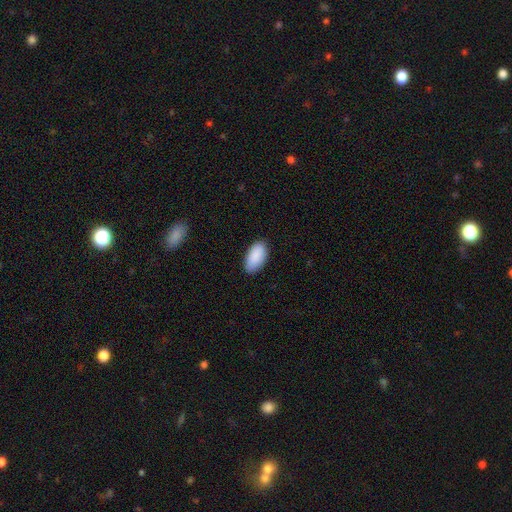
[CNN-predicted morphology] Overall: smooth (90%). How rounded: in between (95%). Merging: none (86%).